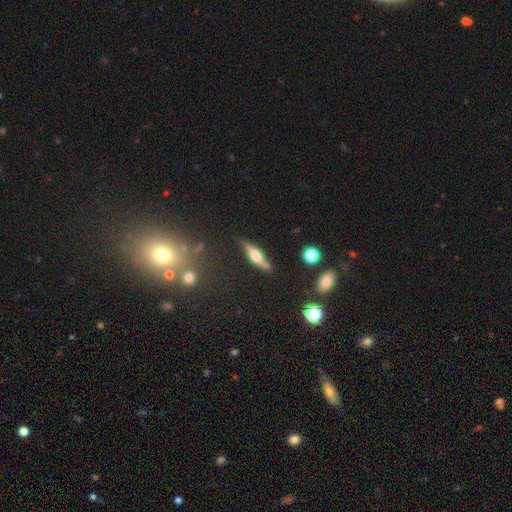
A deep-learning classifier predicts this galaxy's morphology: Q: Smooth or featured?
A: featured or disk (56%); runner-up: smooth (37%)
Q: Edge-on disk?
A: yes (87%); runner-up: no (13%)
Q: Merging?
A: none (73%); runner-up: minor disturbance (18%)